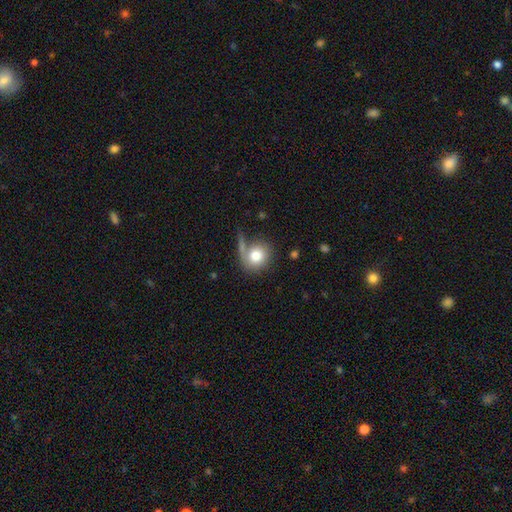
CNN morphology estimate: Smooth or featured? smooth (77%)
How rounded? round (80%)
Merging? none (52%)